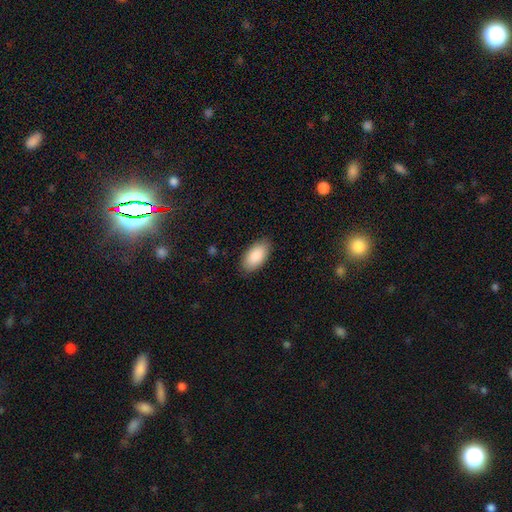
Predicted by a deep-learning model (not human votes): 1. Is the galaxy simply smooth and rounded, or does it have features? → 89% smooth, 6% star or artifact, 5% featured or disk.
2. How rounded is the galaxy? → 95% in between, 3% cigar-shaped, 2% round.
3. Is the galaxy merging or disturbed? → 86% none, 10% minor disturbance, 2% major disturbance, 1% merger.